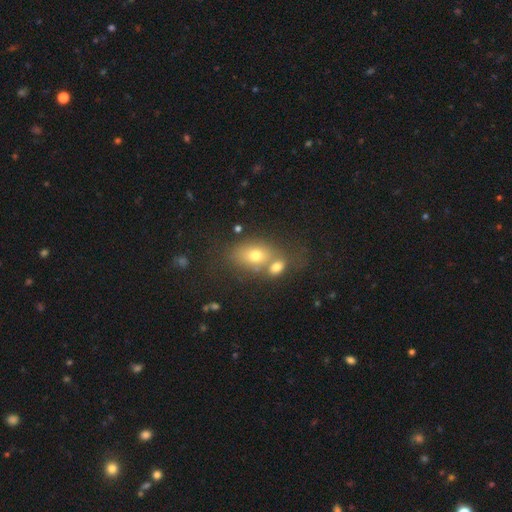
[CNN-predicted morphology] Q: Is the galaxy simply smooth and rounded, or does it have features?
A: smooth — 66%.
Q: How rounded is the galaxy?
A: in between — 72%.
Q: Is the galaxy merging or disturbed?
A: merger — 46%.